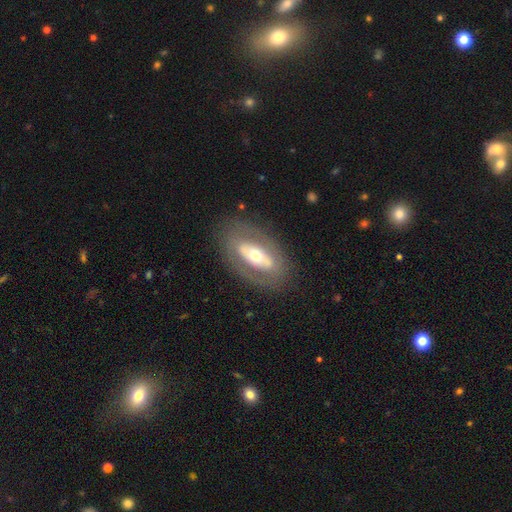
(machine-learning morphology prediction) A featured or disk galaxy (62%) with no bar (55%), no spiral arms (81%) and a moderate central bulge (61%). Merging: none (78%).